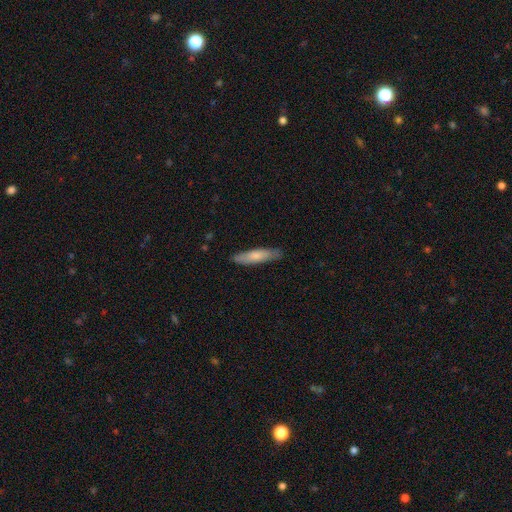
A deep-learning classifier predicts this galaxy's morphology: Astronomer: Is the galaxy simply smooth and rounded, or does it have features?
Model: smooth — 74%.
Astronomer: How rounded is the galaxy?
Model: cigar-shaped — 75%.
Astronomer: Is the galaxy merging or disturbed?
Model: none — 84%.